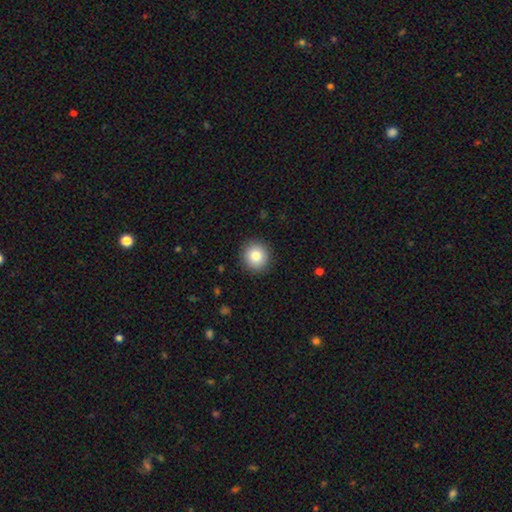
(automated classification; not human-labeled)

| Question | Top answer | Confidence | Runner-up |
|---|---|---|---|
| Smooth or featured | smooth | 82% | star or artifact (10%) |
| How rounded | round | 92% | in between (7%) |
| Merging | none | 91% | minor disturbance (6%) |